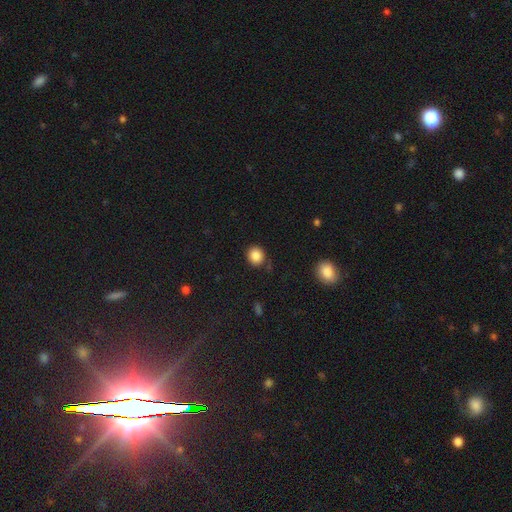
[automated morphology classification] smooth_or_featured: smooth (p=0.86) [alt: star or artifact p=0.10]
how_rounded: round (p=0.82) [alt: in between p=0.17]
merging: none (p=0.83) [alt: minor disturbance p=0.11]